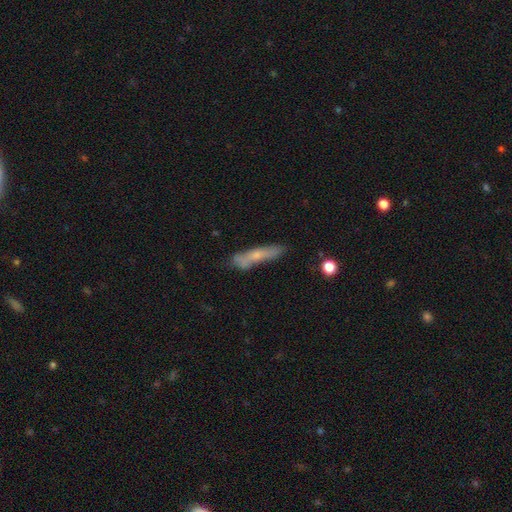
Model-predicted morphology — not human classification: The model was most divided on "smooth or featured": smooth: 55%, featured or disk: 37%, star or artifact: 8%. More confident: how rounded — cigar-shaped (87%); merging — none (65%).